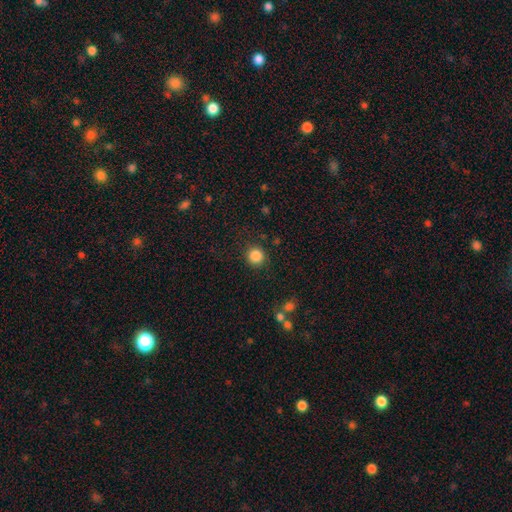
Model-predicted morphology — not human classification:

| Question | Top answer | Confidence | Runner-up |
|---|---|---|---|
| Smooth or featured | smooth | 86% | star or artifact (10%) |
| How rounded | round | 94% | in between (5%) |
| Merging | none | 89% | minor disturbance (7%) |